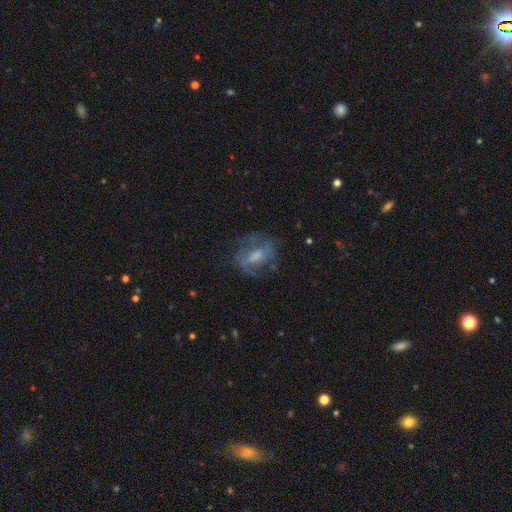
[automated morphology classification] type=featured or disk (69%); edge-on=no (96%); bar=weak (47%); spiral arms=yes (82%); winding=medium (50%); arm count=2 (75%); bulge=moderate (39%); merging=none (63%).